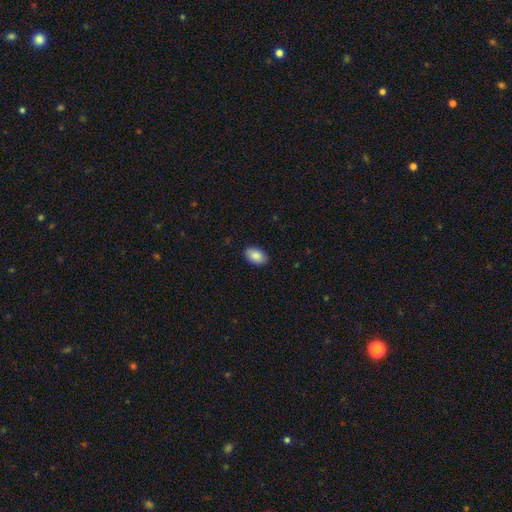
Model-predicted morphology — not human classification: Smooth or featured: smooth — 88% (star or artifact — 7%)
How rounded: in between — 92% (round — 6%)
Merging: none — 89% (minor disturbance — 8%)